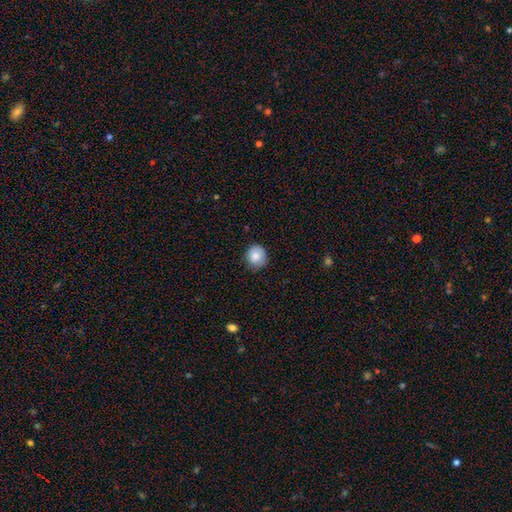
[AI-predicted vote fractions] A smooth galaxy with no disk features (84%) that is round (87%).

Vote fractions:
- Smooth or featured? smooth: 84% / star or artifact: 9% / featured or disk: 7%
- How rounded? round: 87% / in between: 12% / cigar-shaped: 1%
- Merging? none: 84% / minor disturbance: 13% / major disturbance: 2% / merger: 1%